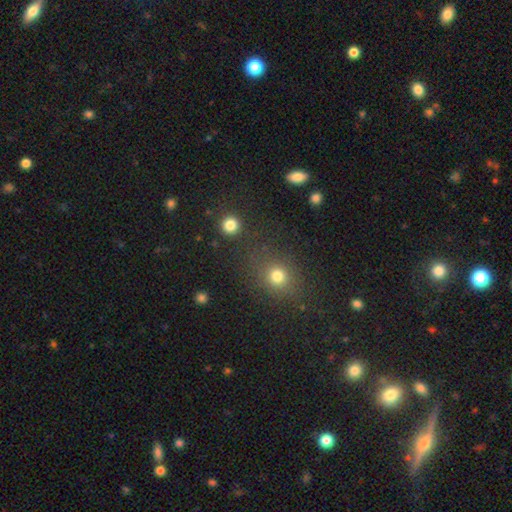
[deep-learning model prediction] smooth 56%, star or artifact 37%, featured or disk 7%. Down the decision tree: how rounded — round (76%); merging — none (82%).